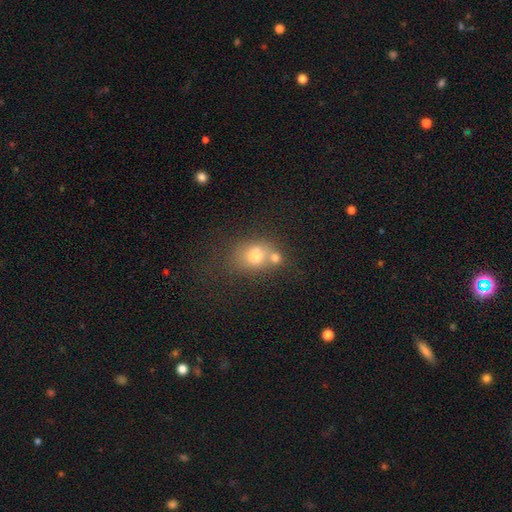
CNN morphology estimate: This is likely a smooth galaxy (69%). How rounded: possibly round (57%). Merging: possibly merger (46%).